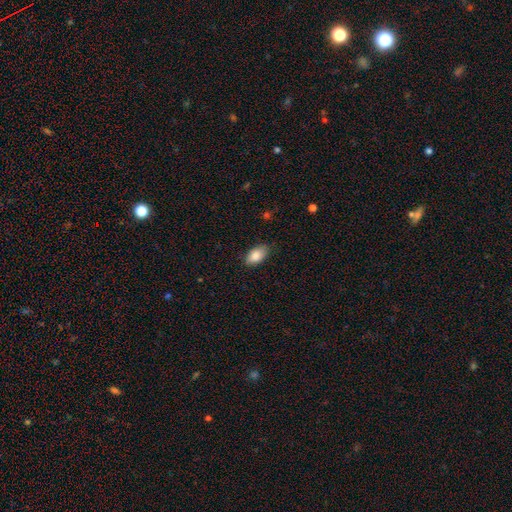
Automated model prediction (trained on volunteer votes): The model was most divided on "merging": none: 83%, minor disturbance: 14%, major disturbance: 2%, merger: 1%. More confident: how rounded — in between (93%); smooth or featured — smooth (86%).